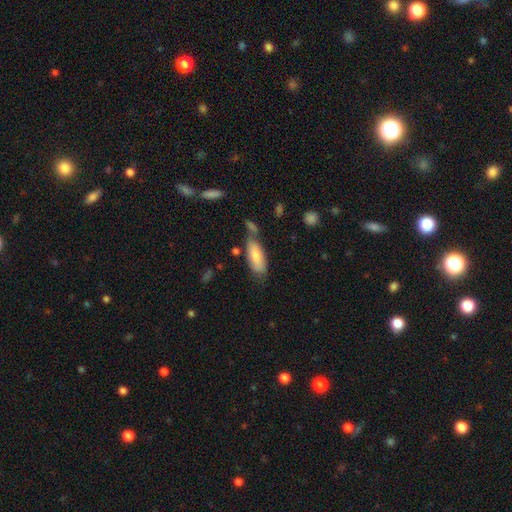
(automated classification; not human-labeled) Smooth or featured?
  - smooth: 76% *
  - featured or disk: 18%
  - star or artifact: 6%
How rounded?
  - in between: 77% *
  - cigar-shaped: 21%
  - round: 2%
Merging?
  - none: 50% *
  - minor disturbance: 24%
  - merger: 18%
  - major disturbance: 8%